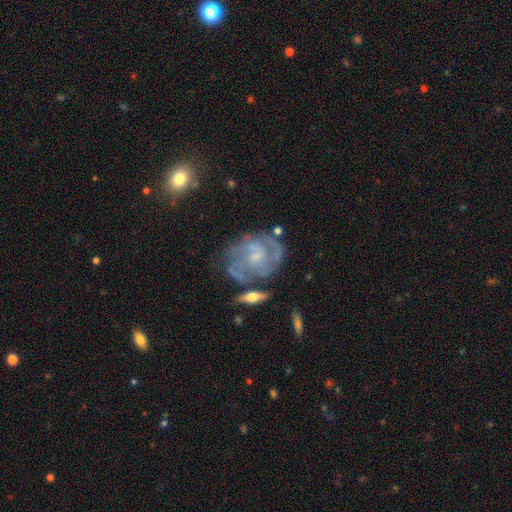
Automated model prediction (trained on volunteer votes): Smooth or featured? Predicted: featured or disk (p=0.84). Edge-on disk? Predicted: no (p=0.97). Bar? Predicted: no (p=0.60). Spiral arms? Predicted: yes (p=0.94). Spiral winding? Predicted: tight (p=0.54). Spiral arm count? Predicted: 2 (p=0.31). Bulge size? Predicted: small (p=0.67). Merging? Predicted: none (p=0.63).